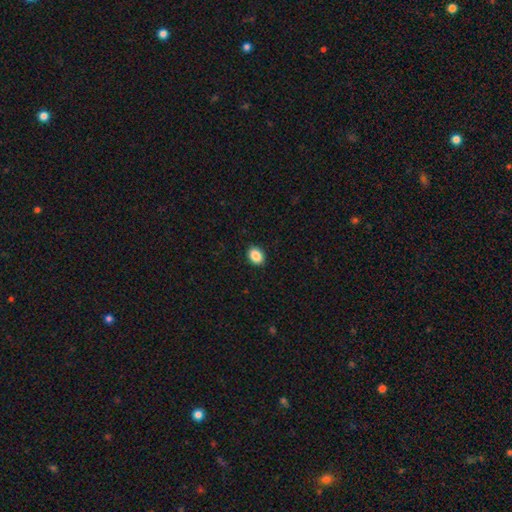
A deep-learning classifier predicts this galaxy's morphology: This is clearly a smooth galaxy (88%). How rounded: likely in between (65%). Merging: clearly none (91%).